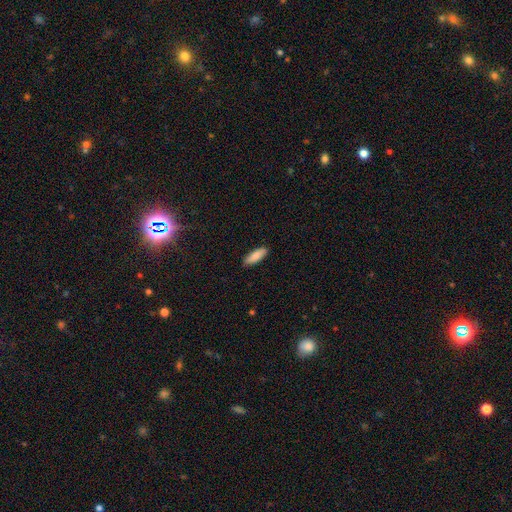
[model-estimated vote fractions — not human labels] Smooth or featured: smooth — 87% (featured or disk — 7%)
How rounded: in between — 54% (cigar-shaped — 45%)
Merging: none — 89% (minor disturbance — 8%)